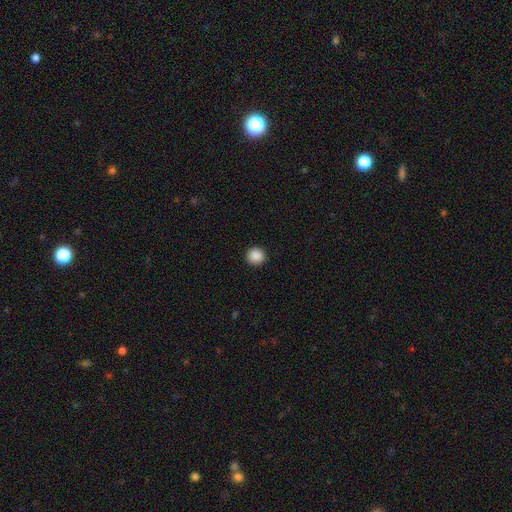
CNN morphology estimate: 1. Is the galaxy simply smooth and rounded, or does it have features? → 88% smooth, 9% star or artifact, 3% featured or disk.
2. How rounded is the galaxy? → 93% round, 6% in between, 1% cigar-shaped.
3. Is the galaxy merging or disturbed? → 92% none, 5% minor disturbance, 2% major disturbance, 1% merger.